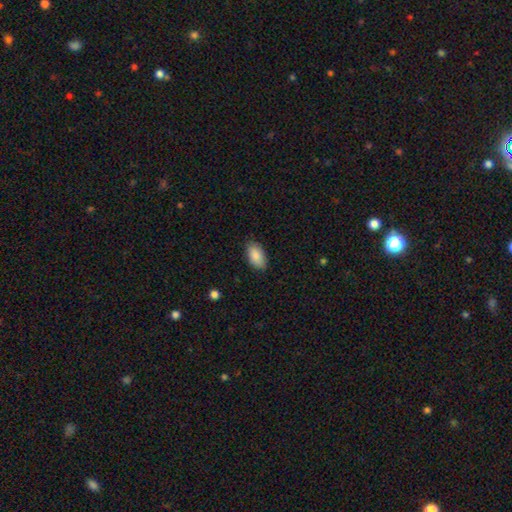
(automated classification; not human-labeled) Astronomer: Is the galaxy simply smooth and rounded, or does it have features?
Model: smooth — 89%.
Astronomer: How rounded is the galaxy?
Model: in between — 94%.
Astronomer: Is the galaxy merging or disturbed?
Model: none — 84%.